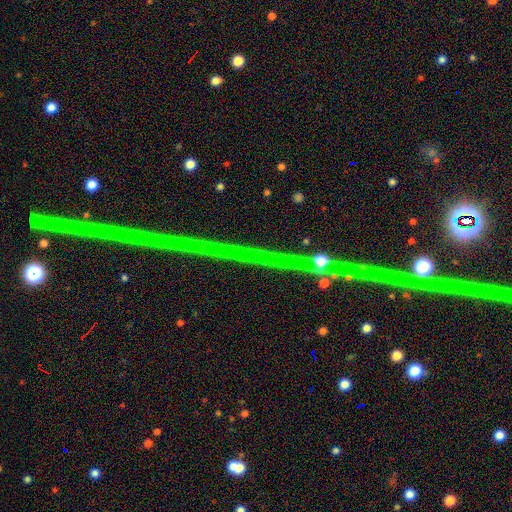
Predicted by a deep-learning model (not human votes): Morphology: type=star or artifact (80%).